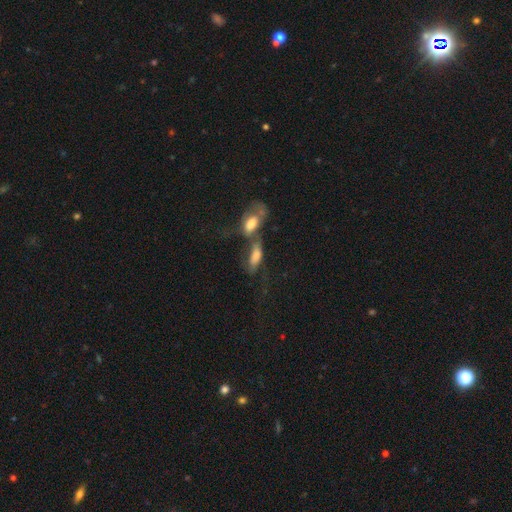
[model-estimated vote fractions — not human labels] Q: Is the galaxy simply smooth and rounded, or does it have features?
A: smooth — 62%.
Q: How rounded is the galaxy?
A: in between — 77%.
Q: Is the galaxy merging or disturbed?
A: merger — 63%.